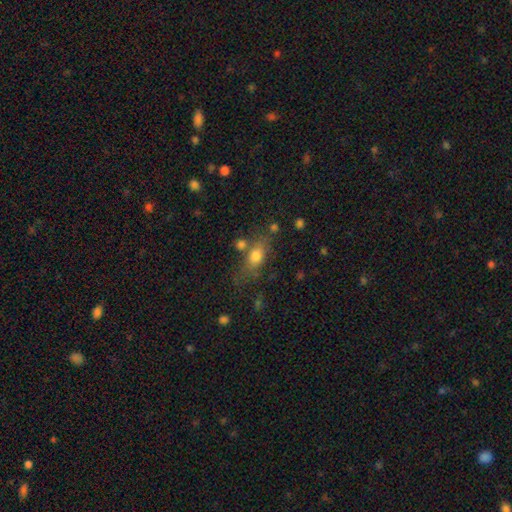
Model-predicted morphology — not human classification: This is likely a smooth galaxy (75%). How rounded: likely in between (71%). Merging: possibly none (57%).